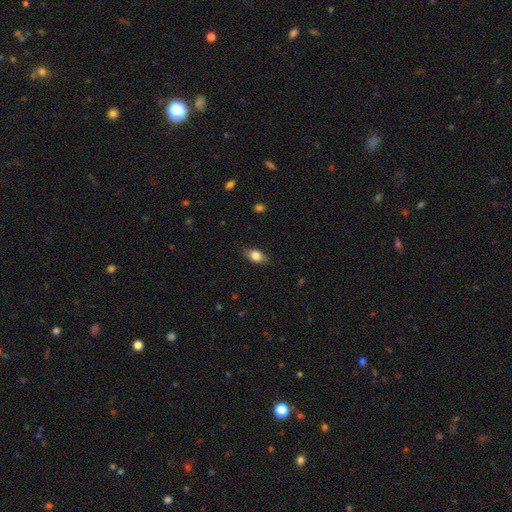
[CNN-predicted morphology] type=smooth (77%); roundness=in between (84%); merging=none (83%).